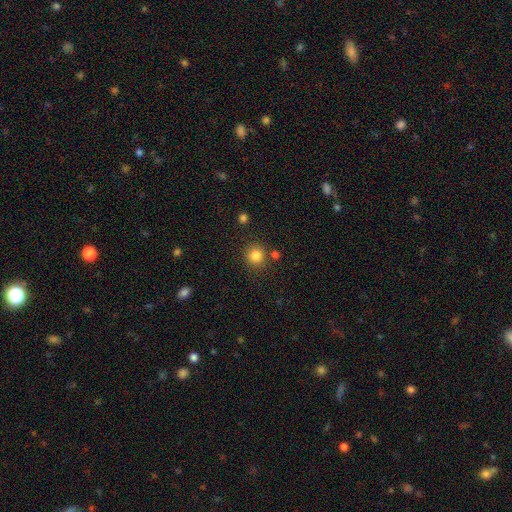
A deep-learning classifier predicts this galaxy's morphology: Smooth or featured: smooth — 84% (star or artifact — 12%)
How rounded: round — 91% (in between — 8%)
Merging: none — 82% (minor disturbance — 8%)